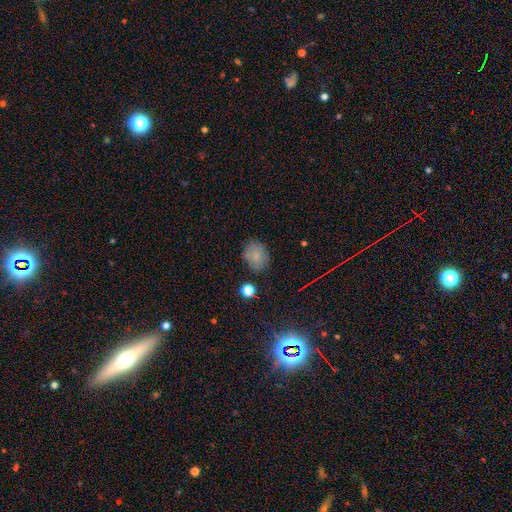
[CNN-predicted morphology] The model was most divided on "how rounded": in between: 53%, round: 46%, cigar-shaped: 1%. More confident: smooth or featured — smooth (77%); merging — none (75%).